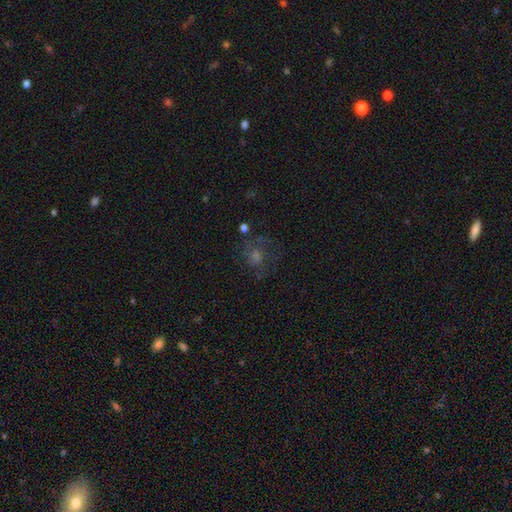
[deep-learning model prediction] A featured or disk galaxy (42%).

Vote fractions:
- Smooth or featured? featured or disk: 42% / smooth: 33% / star or artifact: 26%
- Merging? none: 58% / major disturbance: 20% / minor disturbance: 18% / merger: 4%